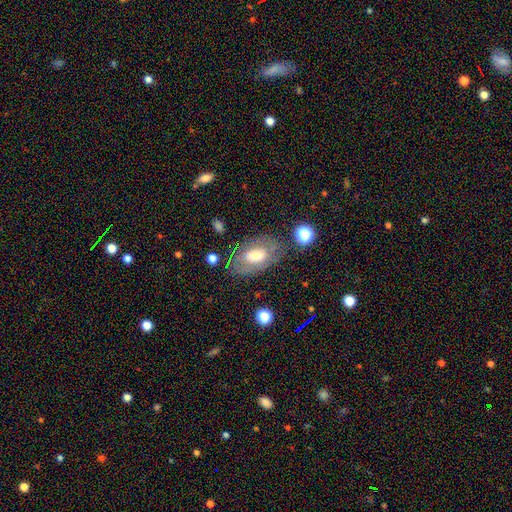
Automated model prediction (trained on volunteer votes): smooth_or_featured: featured or disk (p=0.53) [alt: smooth p=0.38]
disk_edge_on: no (p=0.91) [alt: yes p=0.09]
merging: none (p=0.72) [alt: minor disturbance p=0.18]